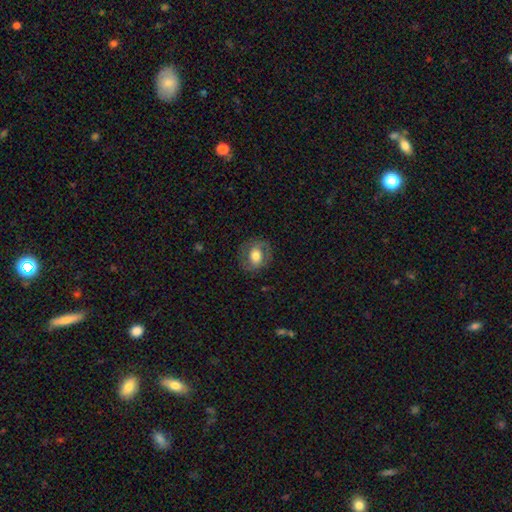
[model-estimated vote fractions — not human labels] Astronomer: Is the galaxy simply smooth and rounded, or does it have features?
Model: smooth — 51% (runner-up: featured or disk, 42%).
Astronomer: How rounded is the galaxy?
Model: round — 66%.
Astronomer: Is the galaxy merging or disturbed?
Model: none — 79%.